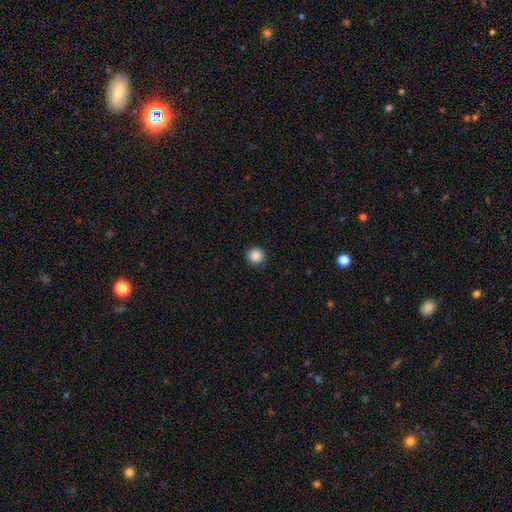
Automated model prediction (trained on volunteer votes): smooth 88%, star or artifact 10%, featured or disk 3%. Down the decision tree: how rounded — round (95%); merging — none (90%).